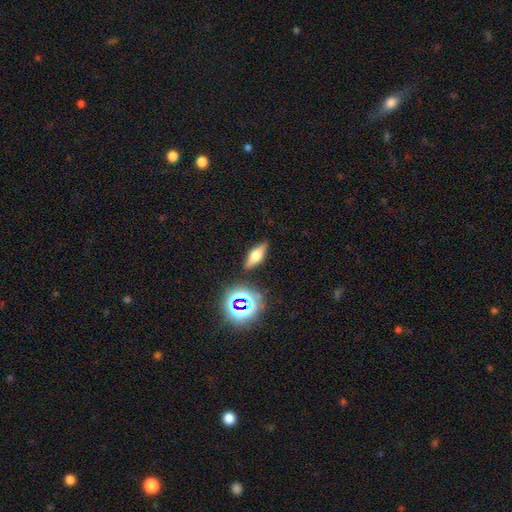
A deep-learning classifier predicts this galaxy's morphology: featured or disk 50%, smooth 36%, star or artifact 14%. Down the decision tree: merging — none (84%).